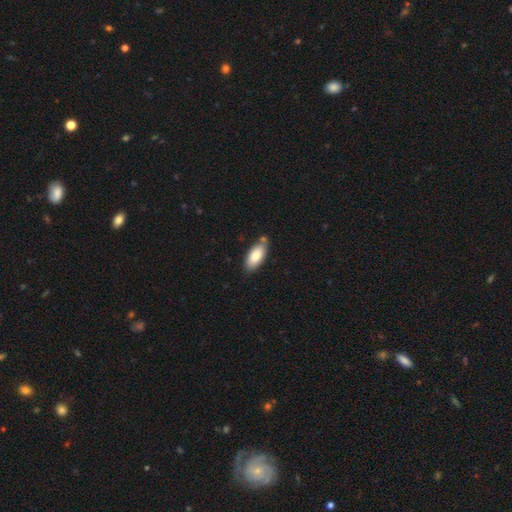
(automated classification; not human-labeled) Q: Smooth or featured?
A: smooth (82%); runner-up: featured or disk (11%)
Q: How rounded?
A: in between (87%); runner-up: cigar-shaped (11%)
Q: Merging?
A: none (73%); runner-up: minor disturbance (17%)